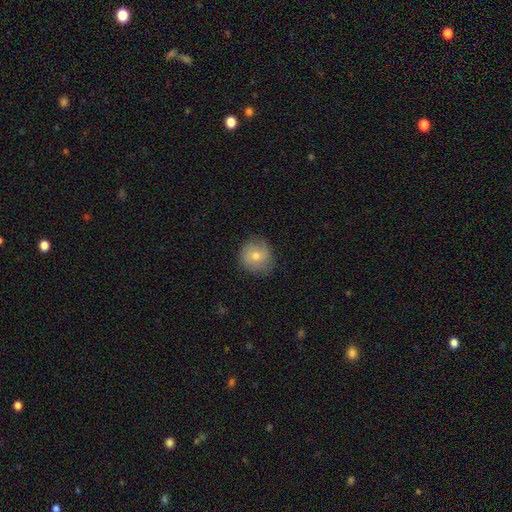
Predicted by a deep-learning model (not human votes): Smooth or featured: smooth — 61% (featured or disk — 28%)
How rounded: round — 89% (in between — 10%)
Merging: none — 81% (minor disturbance — 14%)